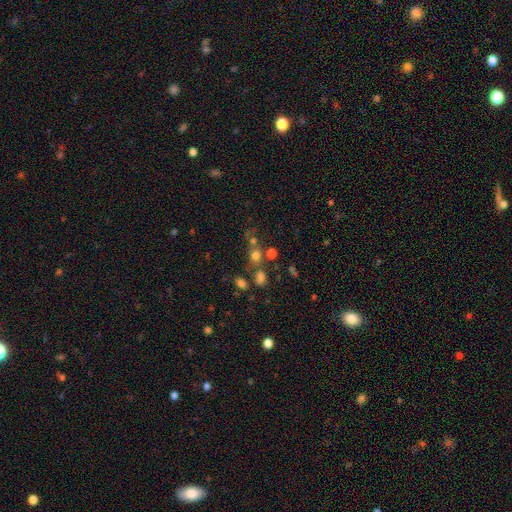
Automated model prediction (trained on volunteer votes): The model was most divided on "merging": none: 59%, merger: 24%, minor disturbance: 11%, major disturbance: 6%. More confident: how rounded — round (74%); smooth or featured — smooth (65%).